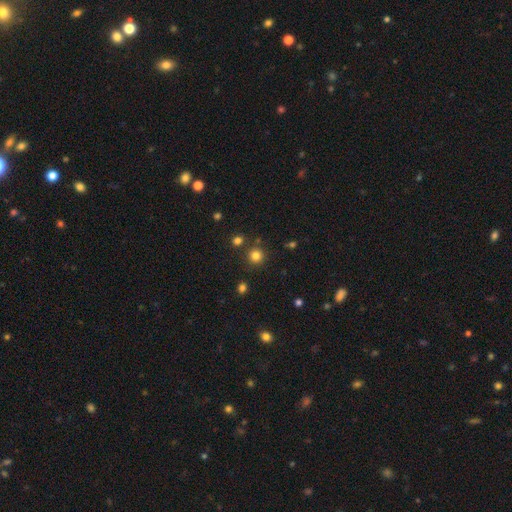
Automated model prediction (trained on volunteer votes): Morphology: type=smooth (80%); roundness=round (94%); merging=none (85%).